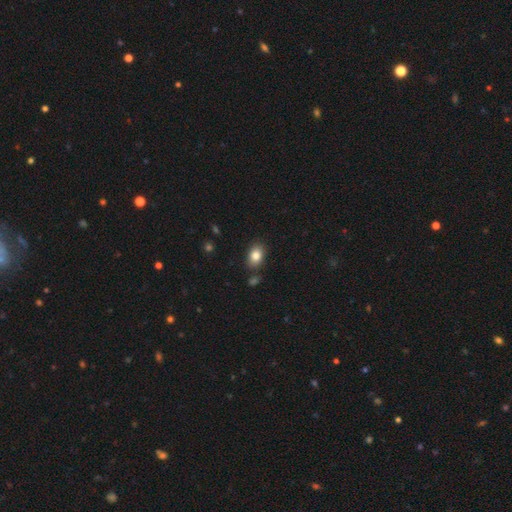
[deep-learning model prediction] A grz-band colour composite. It shows a smooth galaxy with no disk features (83%) that is in between round and cigar-shaped (81%). Merging: none (82%).